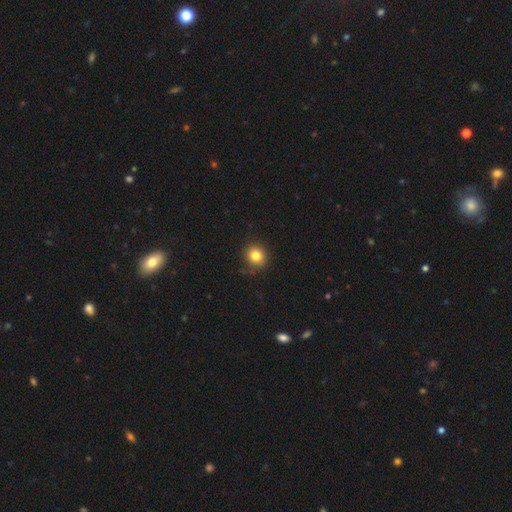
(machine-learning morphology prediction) Overall: smooth (82%). How rounded: round (89%). Merging: none (84%).